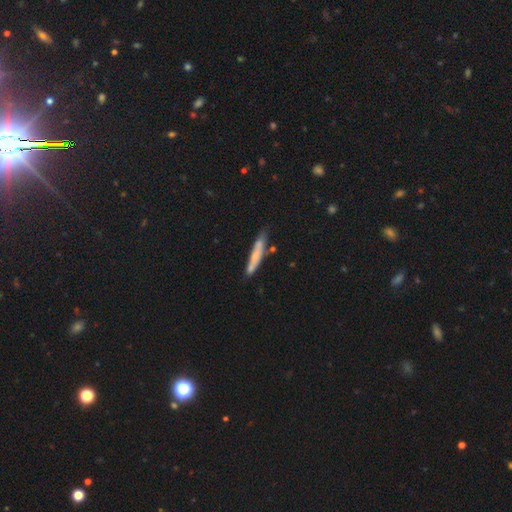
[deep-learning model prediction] A smooth galaxy with no disk features (60%) that is cigar-shaped (92%).

Vote fractions:
- Smooth or featured? smooth: 60% / featured or disk: 34% / star or artifact: 6%
- How rounded? cigar-shaped: 92% / in between: 7% / round: 2%
- Merging? none: 68% / minor disturbance: 21% / merger: 7% / major disturbance: 4%